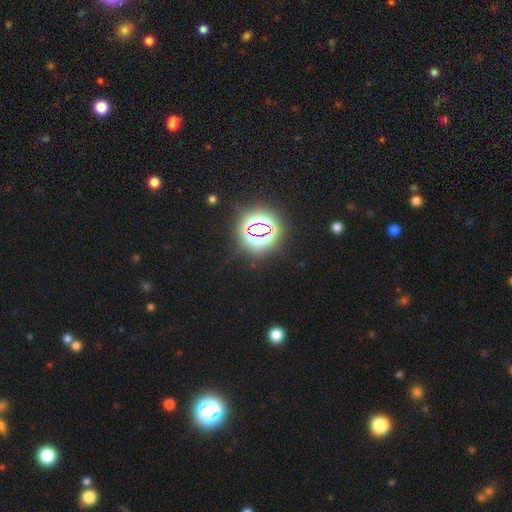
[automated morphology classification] A star or artifact, not a galaxy (82%).

Vote fractions:
- Smooth or featured? star or artifact: 82% / smooth: 12% / featured or disk: 6%